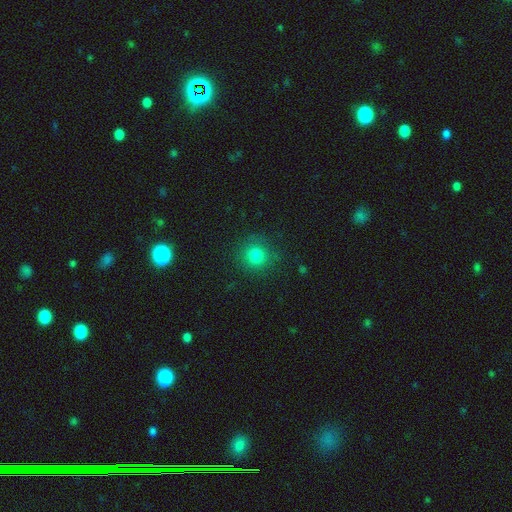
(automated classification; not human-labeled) Morphology: type=smooth (80%); roundness=round (91%); merging=none (87%).